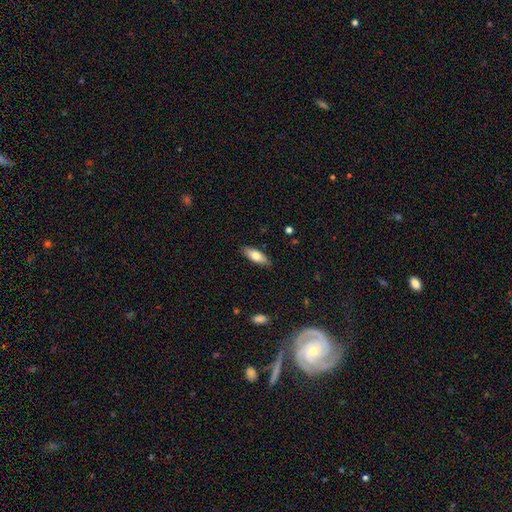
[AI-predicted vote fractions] smooth-or-featured: smooth: 74% | featured or disk: 20% | star or artifact: 6%
  how-rounded: in between: 68% | cigar-shaped: 30% | round: 2%
  merging: none: 87% | minor disturbance: 10% | major disturbance: 2% | merger: 1%